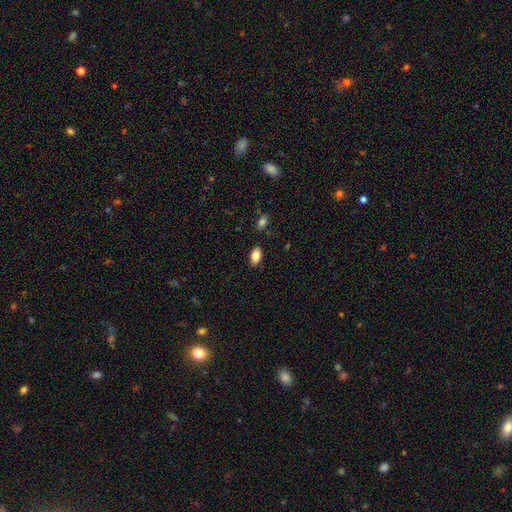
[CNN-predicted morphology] smooth-or-featured: smooth: 83% | featured or disk: 10% | star or artifact: 8%
  how-rounded: in between: 92% | round: 4% | cigar-shaped: 4%
  merging: none: 85% | minor disturbance: 11% | major disturbance: 2% | merger: 2%